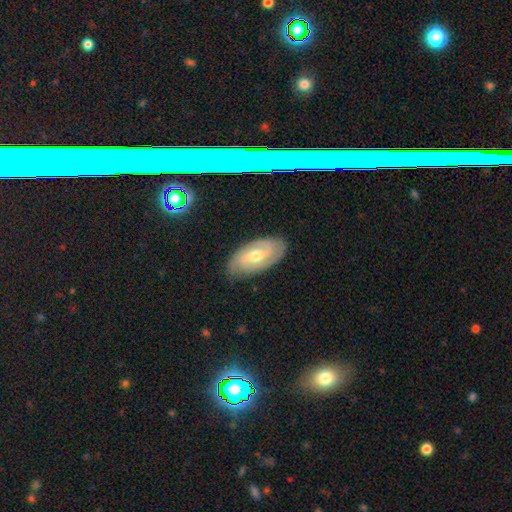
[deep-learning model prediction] Overall: featured or disk (71%). Edge-on disk: no (93%). Bar: no (53%; weak 38%). Spiral arms: yes (89%). Spiral arm count: 2 (56%; can't tell 26%). Spiral winding: tight (56%; medium 33%). Bulge size: moderate (66%; small 29%). Merging: none (82%).